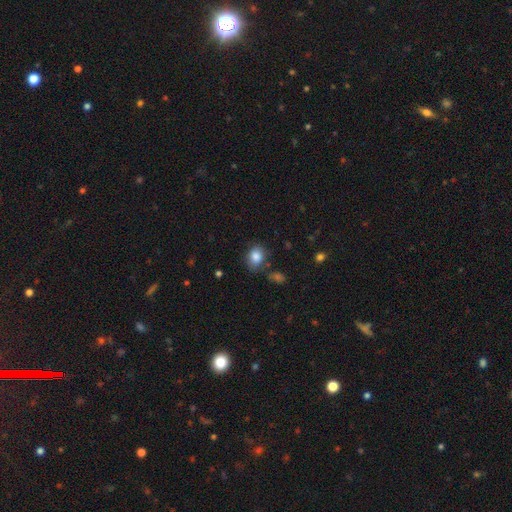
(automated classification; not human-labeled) Overall: smooth (84%). How rounded: in between (50%; round 49%). Merging: none (71%).